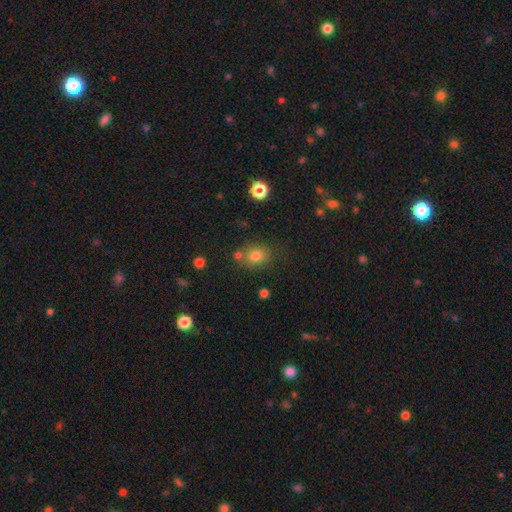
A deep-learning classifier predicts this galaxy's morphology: The model was most divided on "how rounded": round: 59%, in between: 40%, cigar-shaped: 1%. More confident: smooth or featured — smooth (78%); merging — none (70%).